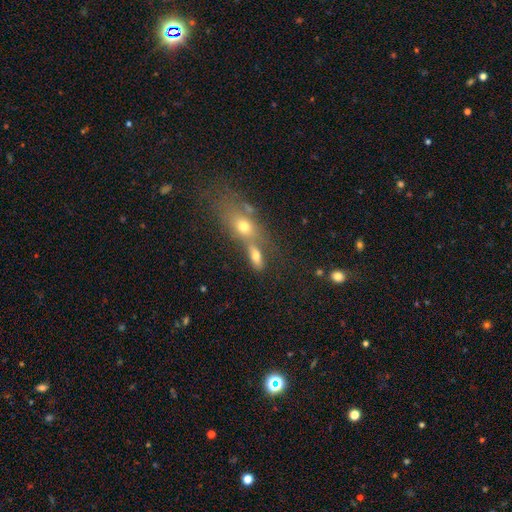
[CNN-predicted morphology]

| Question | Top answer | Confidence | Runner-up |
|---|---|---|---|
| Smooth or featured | smooth | 68% | featured or disk (19%) |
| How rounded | in between | 73% | cigar-shaped (16%) |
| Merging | merger | 46% | none (38%) |